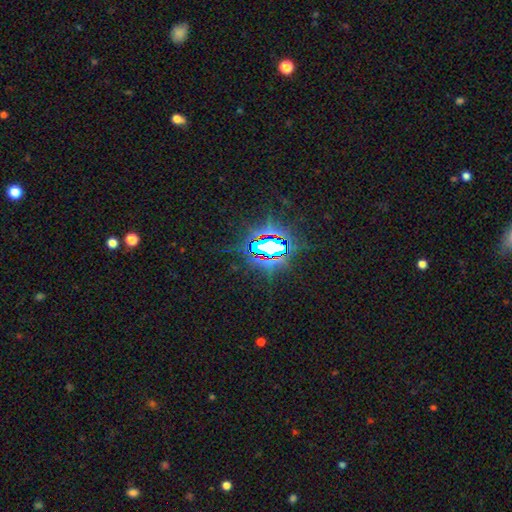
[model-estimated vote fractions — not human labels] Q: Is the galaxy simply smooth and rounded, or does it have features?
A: star or artifact — 85%.